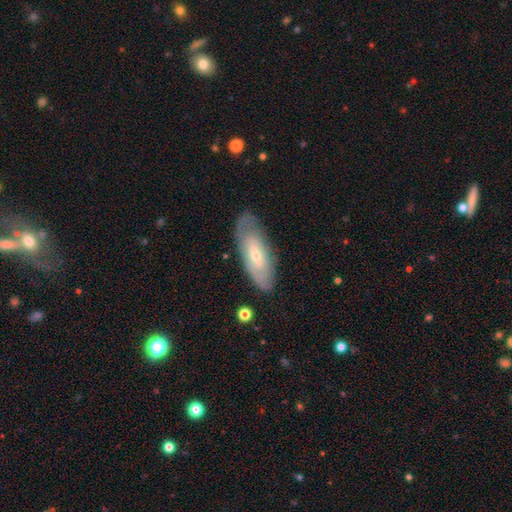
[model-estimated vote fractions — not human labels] featured or disk 58%, smooth 36%, star or artifact 6%. Down the decision tree: edge-on disk — no (81%); merging — none (76%).